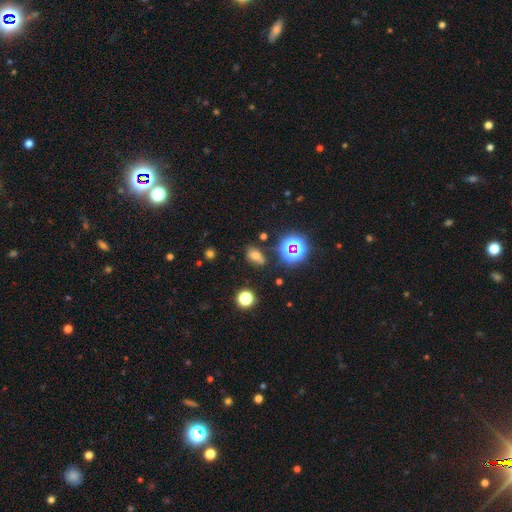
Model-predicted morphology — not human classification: Overall: smooth (58%; star or artifact 28%). How rounded: in between (78%). Merging: none (69%).